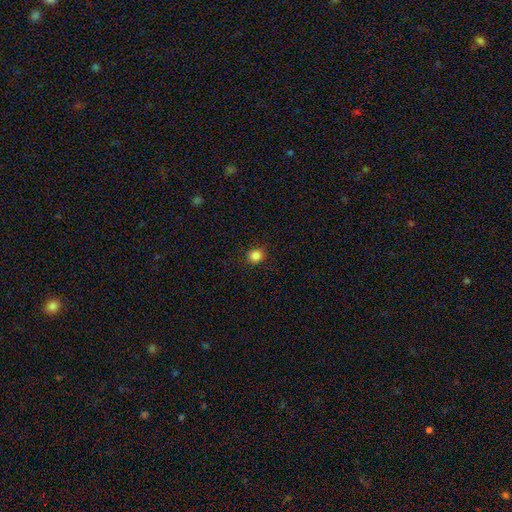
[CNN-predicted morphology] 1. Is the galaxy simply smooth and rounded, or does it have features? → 85% smooth, 12% star or artifact, 4% featured or disk.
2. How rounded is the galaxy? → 83% round, 16% in between, 1% cigar-shaped.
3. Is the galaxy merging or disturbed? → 86% none, 10% minor disturbance, 3% major disturbance, 1% merger.